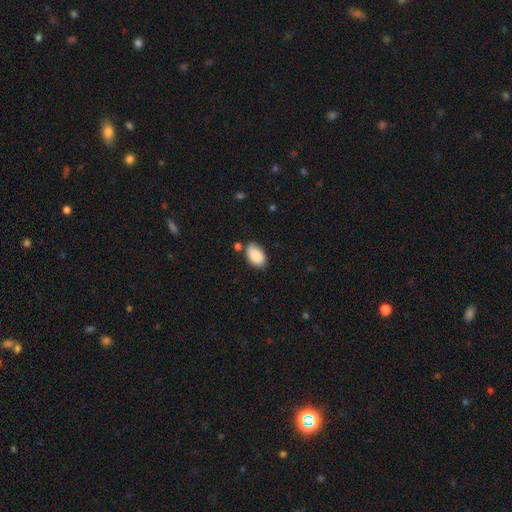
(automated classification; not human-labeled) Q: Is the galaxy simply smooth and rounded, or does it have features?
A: smooth — 87%.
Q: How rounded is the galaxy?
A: in between — 92%.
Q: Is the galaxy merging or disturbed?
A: none — 75%.